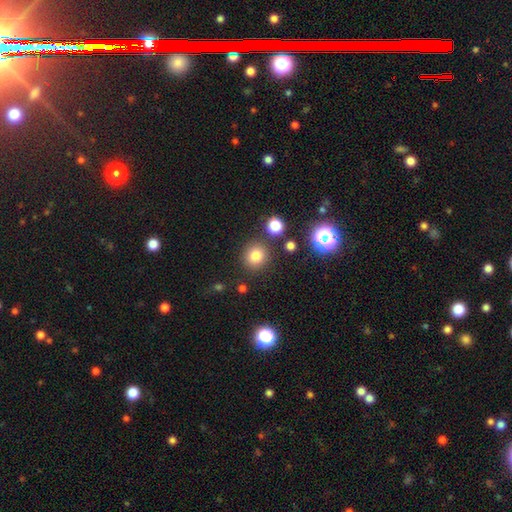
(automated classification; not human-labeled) smooth 79%, star or artifact 15%, featured or disk 7%. Down the decision tree: how rounded — round (89%); merging — none (84%).